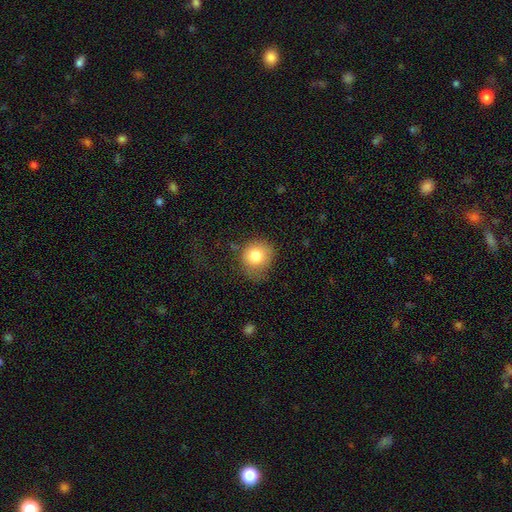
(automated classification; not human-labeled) The model was most divided on "merging": none: 57%, minor disturbance: 28%, major disturbance: 12%, merger: 2%. More confident: smooth or featured — smooth (80%); how rounded — round (80%).